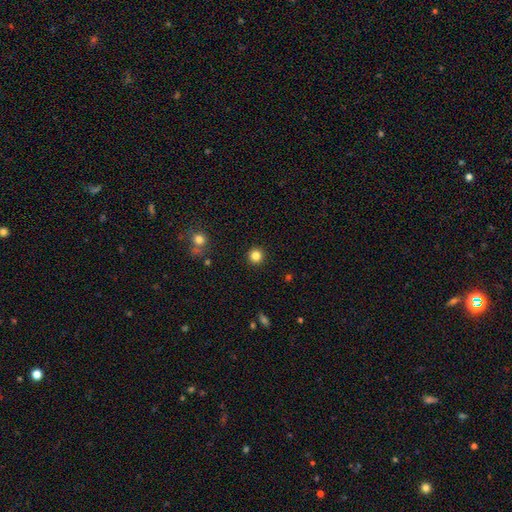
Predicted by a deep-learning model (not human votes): This appears to be a smooth galaxy with no disk features (84%) that is round (96%). Merging: none (93%).